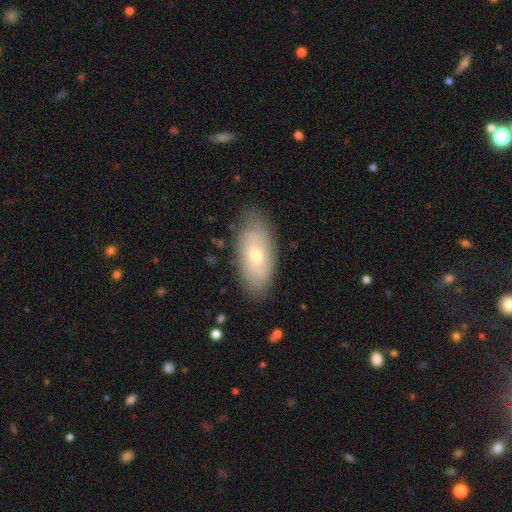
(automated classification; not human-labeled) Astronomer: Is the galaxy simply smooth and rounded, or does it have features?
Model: featured or disk — 52% (runner-up: smooth, 41%).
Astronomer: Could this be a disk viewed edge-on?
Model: no — 85%.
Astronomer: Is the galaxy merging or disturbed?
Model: none — 80%.